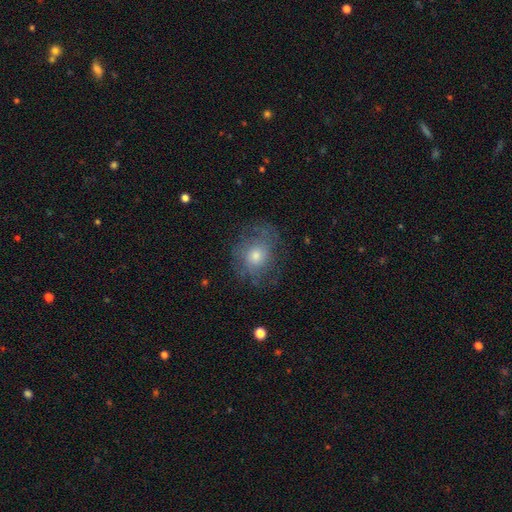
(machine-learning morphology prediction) Smooth or featured? Predicted: smooth (p=0.45). Merging? Predicted: none (p=0.67).